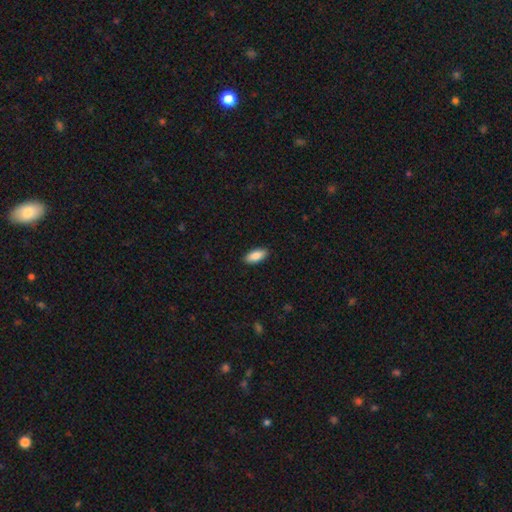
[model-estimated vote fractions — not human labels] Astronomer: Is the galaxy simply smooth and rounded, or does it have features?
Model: smooth — 88%.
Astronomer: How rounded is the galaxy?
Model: in between — 89%.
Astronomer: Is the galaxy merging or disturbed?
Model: none — 90%.